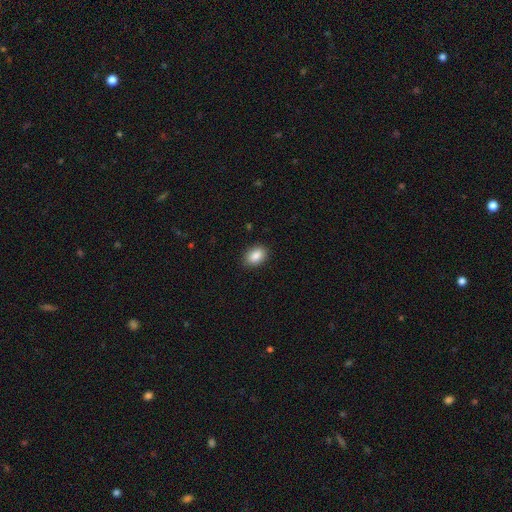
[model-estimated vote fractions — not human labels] smooth-or-featured: smooth: 88% | star or artifact: 8% | featured or disk: 5%
  how-rounded: in between: 83% | round: 16% | cigar-shaped: 1%
  merging: none: 89% | minor disturbance: 8% | major disturbance: 2% | merger: 1%